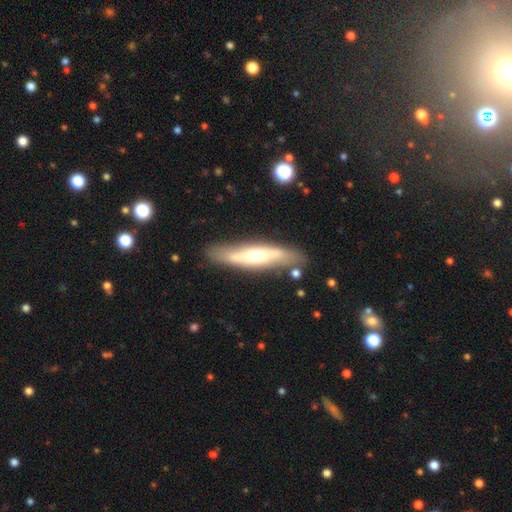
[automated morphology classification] Overall: featured or disk (55%; smooth 39%). Edge-on disk: yes (75%). Merging: none (81%).